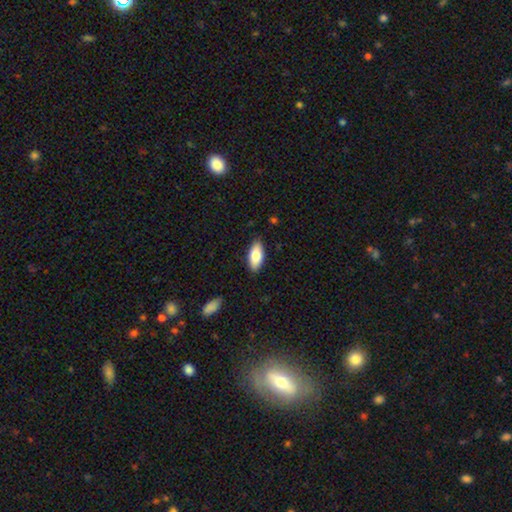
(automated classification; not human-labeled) The model was most divided on "smooth or featured": smooth: 81%, featured or disk: 13%, star or artifact: 6%. More confident: merging — none (88%); how rounded — in between (87%).